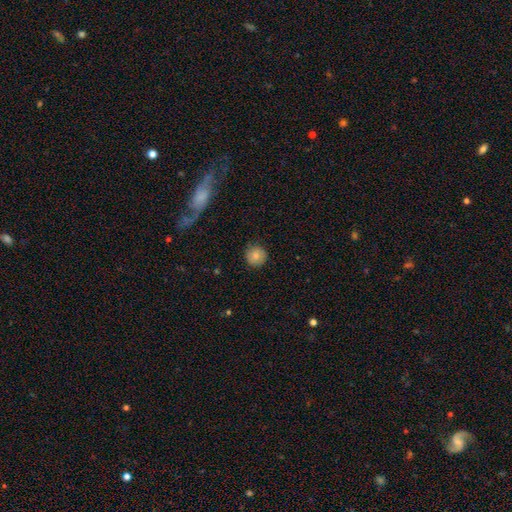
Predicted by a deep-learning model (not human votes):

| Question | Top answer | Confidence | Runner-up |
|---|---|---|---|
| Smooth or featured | smooth | 79% | featured or disk (12%) |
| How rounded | round | 93% | in between (6%) |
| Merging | none | 86% | minor disturbance (10%) |